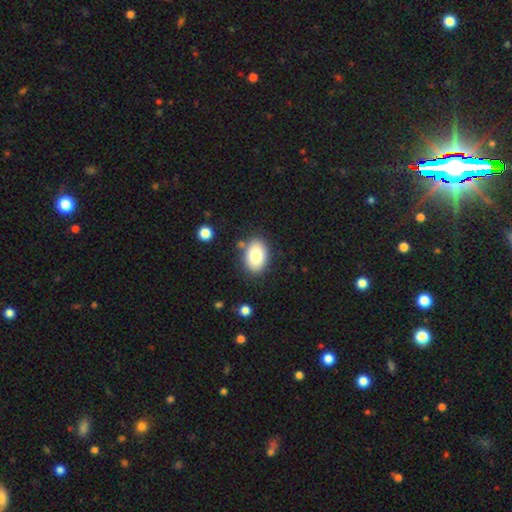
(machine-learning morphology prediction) Smooth or featured: smooth — 82% (featured or disk — 11%)
How rounded: in between — 87% (round — 12%)
Merging: none — 83% (minor disturbance — 11%)